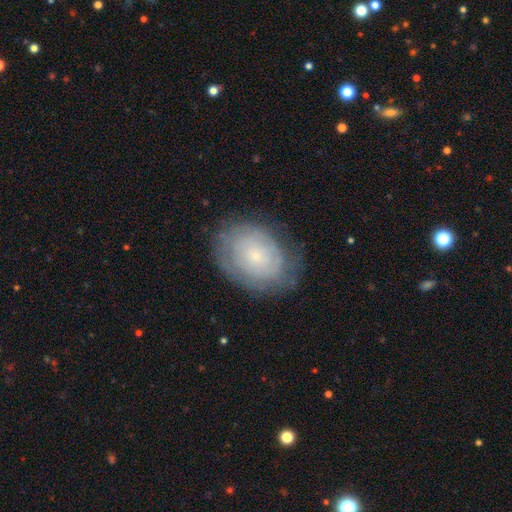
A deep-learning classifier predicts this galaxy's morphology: Overall: featured or disk (52%; smooth 40%). Edge-on disk: no (95%). Merging: none (74%).